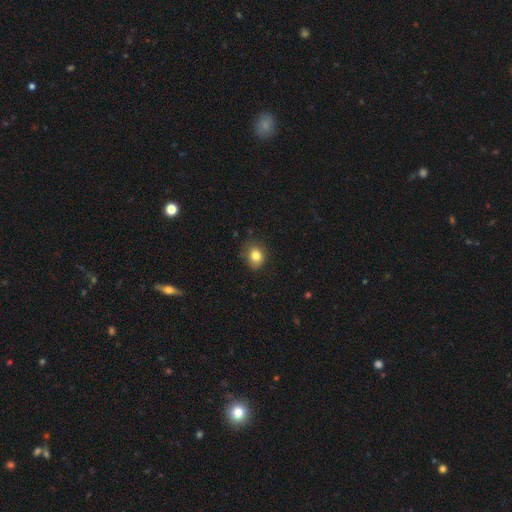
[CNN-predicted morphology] This appears to be a smooth galaxy with no disk features (81%) that is round (63%). Merging: none (75%).